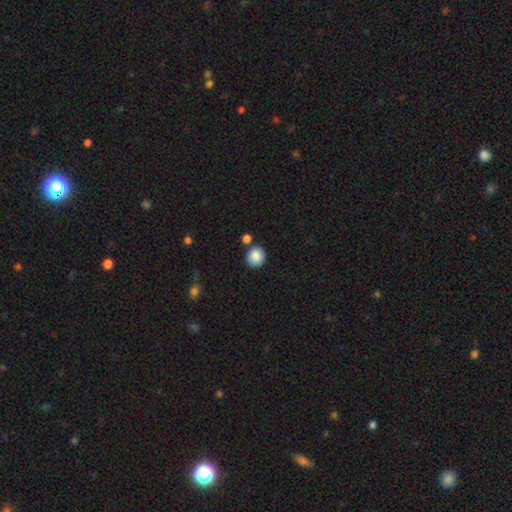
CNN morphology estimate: Smooth or featured? Predicted: smooth (p=0.85). How rounded? Predicted: round (p=0.86). Merging? Predicted: none (p=0.81).